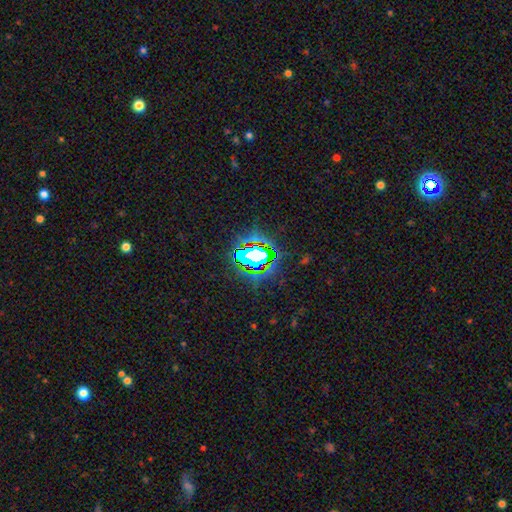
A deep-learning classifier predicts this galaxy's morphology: A star or artifact, not a galaxy (69%).

Vote fractions:
- Smooth or featured? star or artifact: 69% / smooth: 17% / featured or disk: 14%